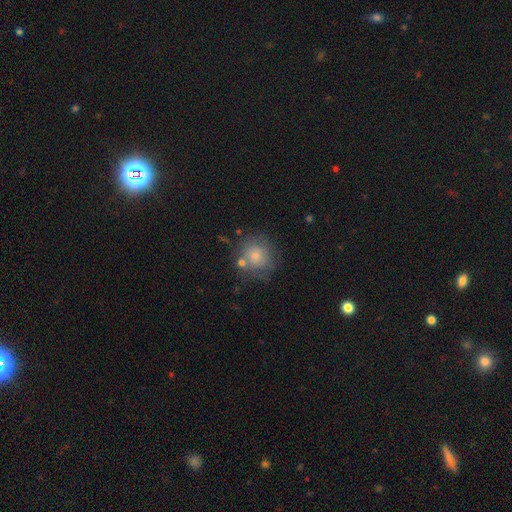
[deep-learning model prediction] smooth 75%, featured or disk 16%, star or artifact 9%. Down the decision tree: how rounded — round (90%); merging — none (66%).